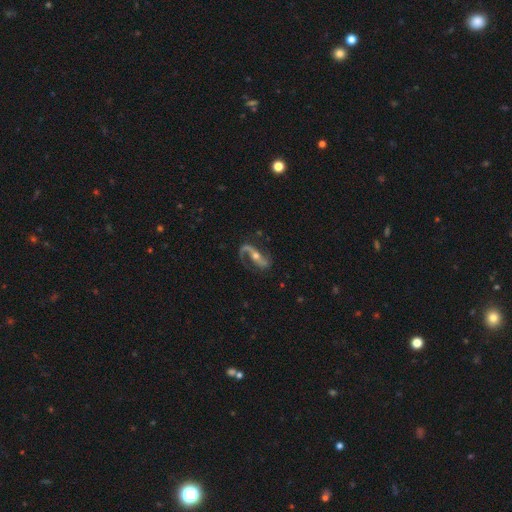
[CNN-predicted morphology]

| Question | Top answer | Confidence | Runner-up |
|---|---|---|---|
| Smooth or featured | featured or disk | 87% | smooth (8%) |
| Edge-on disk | no | 93% | yes (7%) |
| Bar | strong | 38% | no (34%) |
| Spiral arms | yes | 95% | no (5%) |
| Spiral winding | loose | 56% | medium (33%) |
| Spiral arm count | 2 | 73% | 1 (23%) |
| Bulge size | moderate | 60% | small (34%) |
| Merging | none | 65% | minor disturbance (17%) |